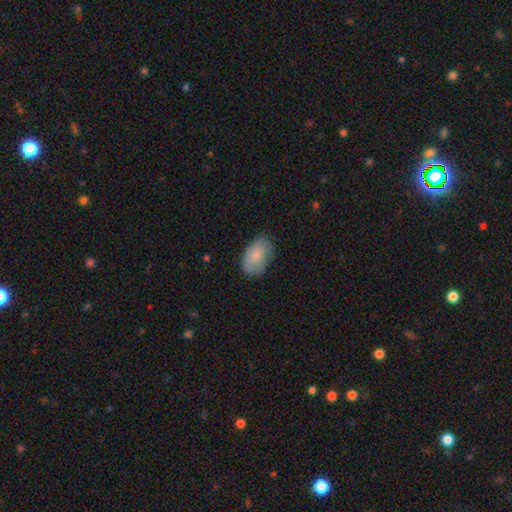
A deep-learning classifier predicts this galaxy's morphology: Smooth or featured? smooth (78%)
How rounded? in between (91%)
Merging? none (73%)